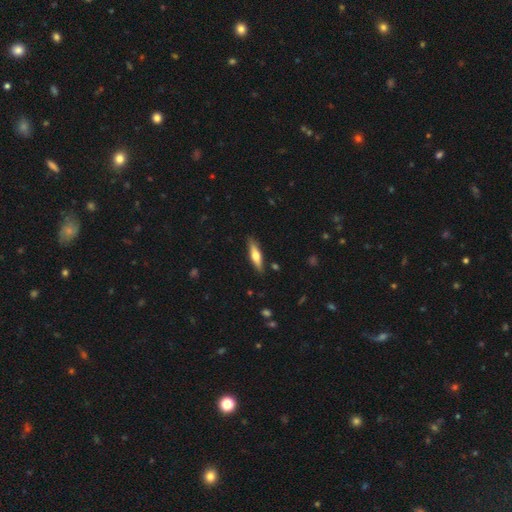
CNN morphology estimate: This is possibly a smooth galaxy (48%). Merging: clearly none (88%).